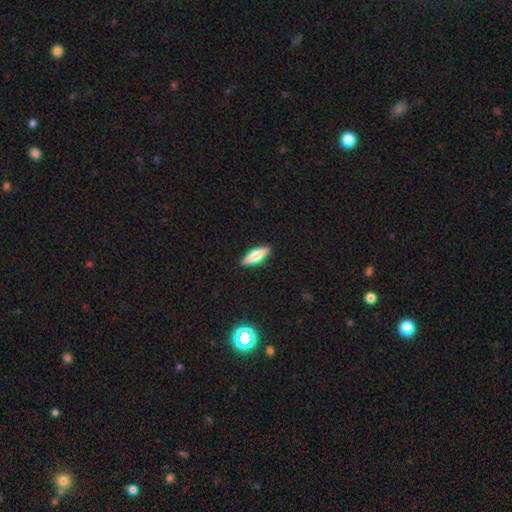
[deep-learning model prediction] Morphology: type=smooth (54%); roundness=cigar-shaped (54%); merging=none (90%).